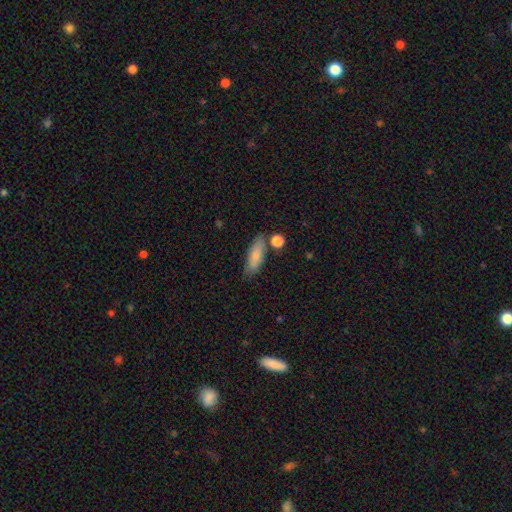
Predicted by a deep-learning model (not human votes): Q: Smooth or featured?
A: smooth (80%); runner-up: featured or disk (13%)
Q: How rounded?
A: in between (57%); runner-up: cigar-shaped (40%)
Q: Merging?
A: none (73%); runner-up: minor disturbance (15%)